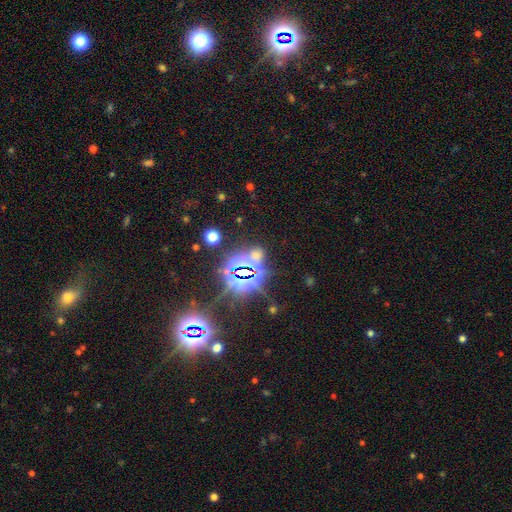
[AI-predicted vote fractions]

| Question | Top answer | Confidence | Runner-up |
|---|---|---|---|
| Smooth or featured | star or artifact | 69% | smooth (22%) |